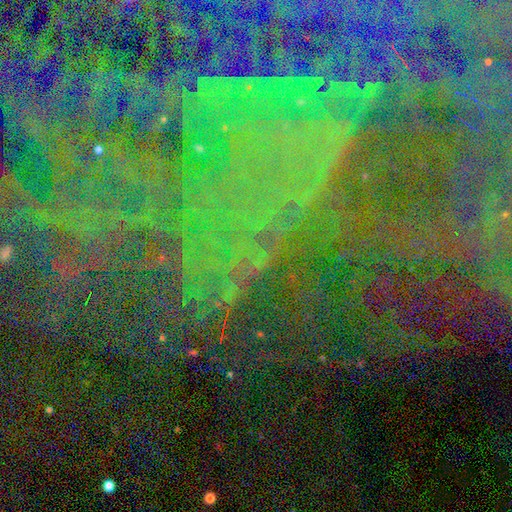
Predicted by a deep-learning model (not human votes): smooth-or-featured: star or artifact: 83% | featured or disk: 10% | smooth: 7%